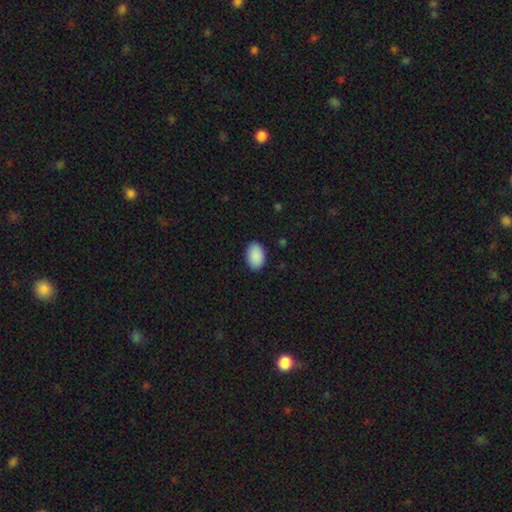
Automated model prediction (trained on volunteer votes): Smooth or featured?
  - smooth: 91% *
  - star or artifact: 6%
  - featured or disk: 3%
How rounded?
  - in between: 88% *
  - round: 11%
  - cigar-shaped: 1%
Merging?
  - none: 88% *
  - minor disturbance: 9%
  - major disturbance: 2%
  - merger: 1%